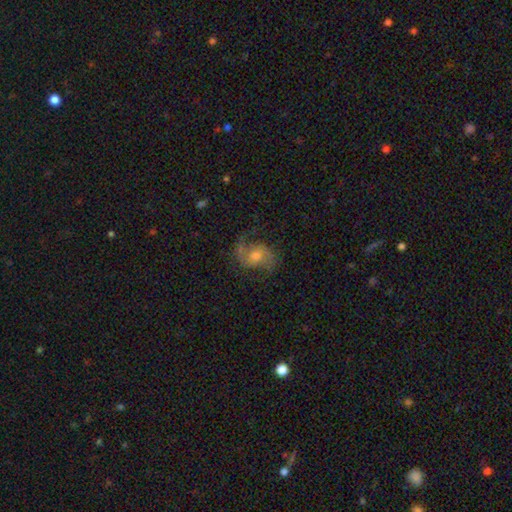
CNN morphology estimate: Smooth or featured? featured or disk (79%)
Edge-on disk? no (98%)
Bar? no (61%)
Spiral arms? yes (95%)
Spiral winding? medium (46%)
Spiral arm count? 2 (90%)
Bulge size? moderate (63%)
Merging? none (71%)